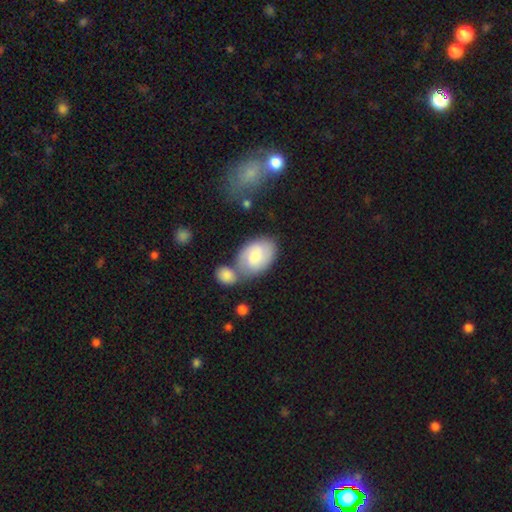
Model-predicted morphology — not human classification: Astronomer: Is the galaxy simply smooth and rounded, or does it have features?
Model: smooth — 65%.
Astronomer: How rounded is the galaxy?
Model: in between — 86%.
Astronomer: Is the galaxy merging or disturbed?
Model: none — 48% (runner-up: merger, 31%).